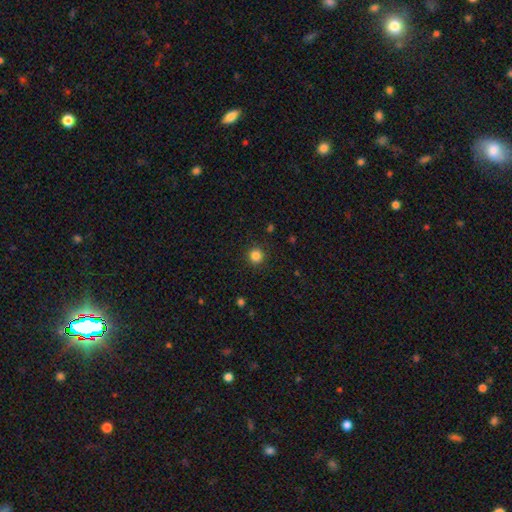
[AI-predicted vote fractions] This appears to be a smooth galaxy with no disk features (84%) that is round (93%). Merging: none (91%).